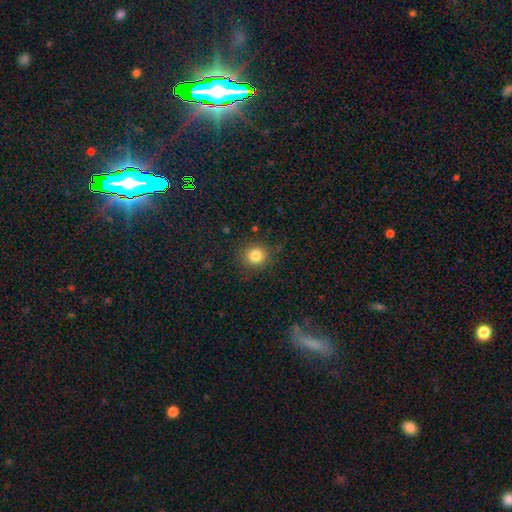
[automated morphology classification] Smooth or featured: smooth — 83% (star or artifact — 11%)
How rounded: round — 88% (in between — 11%)
Merging: none — 87% (minor disturbance — 8%)